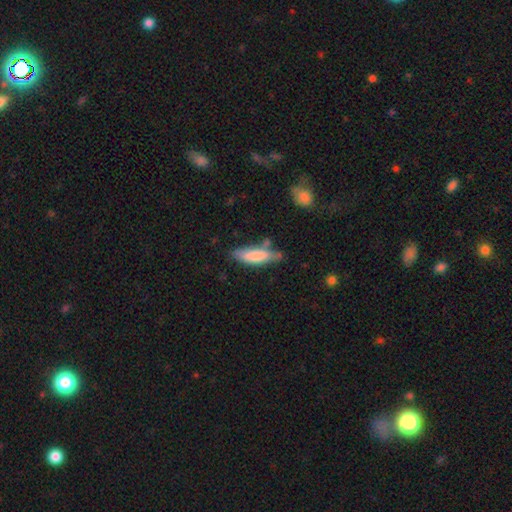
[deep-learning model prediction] Smooth or featured: smooth — 77% (featured or disk — 17%)
How rounded: cigar-shaped — 59% (in between — 39%)
Merging: none — 59% (minor disturbance — 26%)